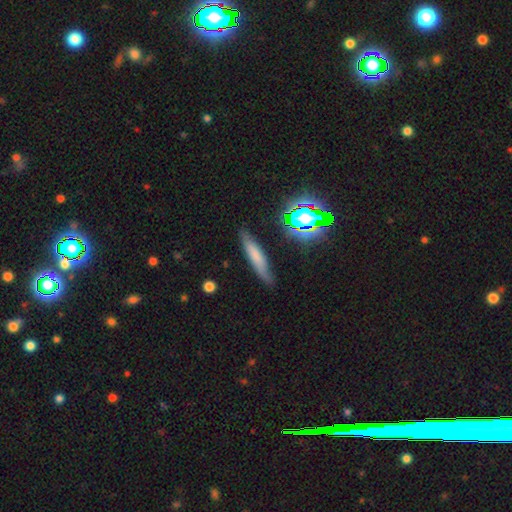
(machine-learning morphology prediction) This appears to be a smooth galaxy with no disk features (62%) that is cigar-shaped (84%). Merging: none (79%).